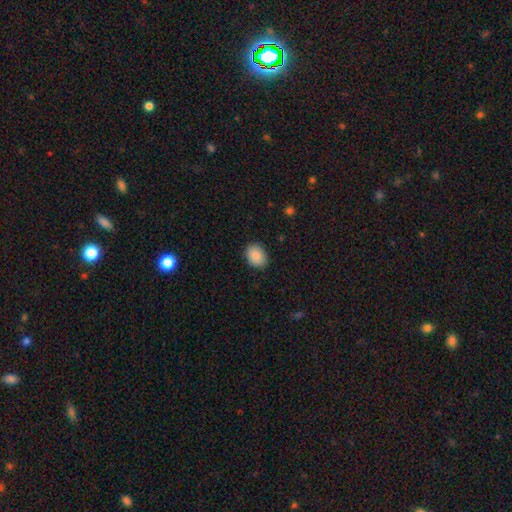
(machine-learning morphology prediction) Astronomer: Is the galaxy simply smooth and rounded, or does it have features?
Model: smooth — 87%.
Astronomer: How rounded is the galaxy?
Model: in between — 55% (runner-up: round, 44%).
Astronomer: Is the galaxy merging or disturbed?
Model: none — 87%.